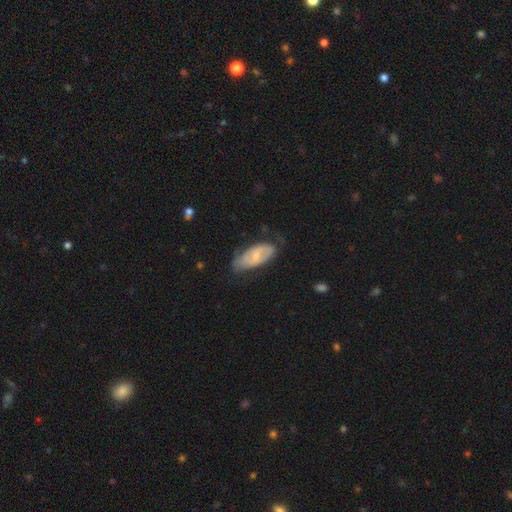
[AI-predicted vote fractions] This appears to be a featured or disk galaxy (51%). Merging: none (57%).